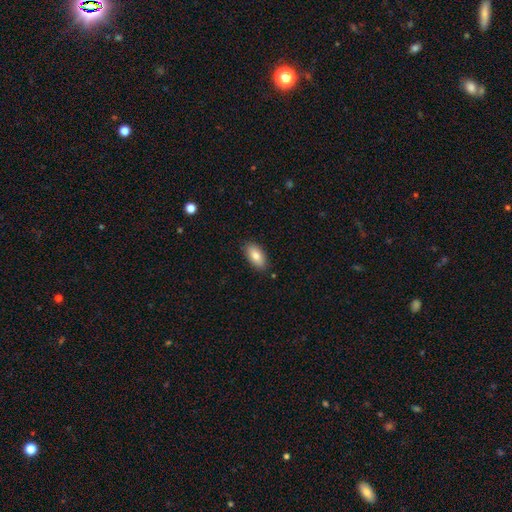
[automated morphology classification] A smooth galaxy with no disk features (82%) that is in between round and cigar-shaped (92%).

Vote fractions:
- Smooth or featured? smooth: 82% / featured or disk: 11% / star or artifact: 7%
- How rounded? in between: 92% / cigar-shaped: 5% / round: 3%
- Merging? none: 86% / minor disturbance: 11% / major disturbance: 2% / merger: 1%